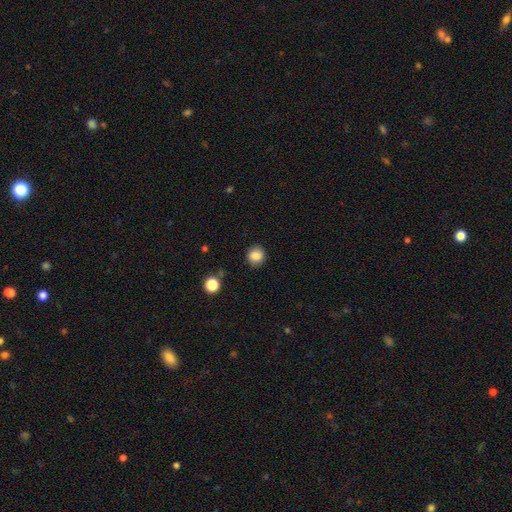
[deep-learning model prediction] Smooth or featured? smooth (86%)
How rounded? round (84%)
Merging? none (86%)